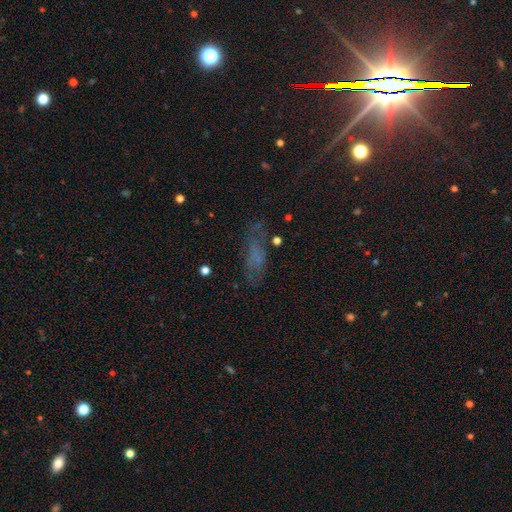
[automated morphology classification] A smooth galaxy with no disk features (47%).

Vote fractions:
- Smooth or featured? smooth: 47% / featured or disk: 32% / star or artifact: 21%
- Merging? none: 60% / minor disturbance: 22% / major disturbance: 16% / merger: 3%